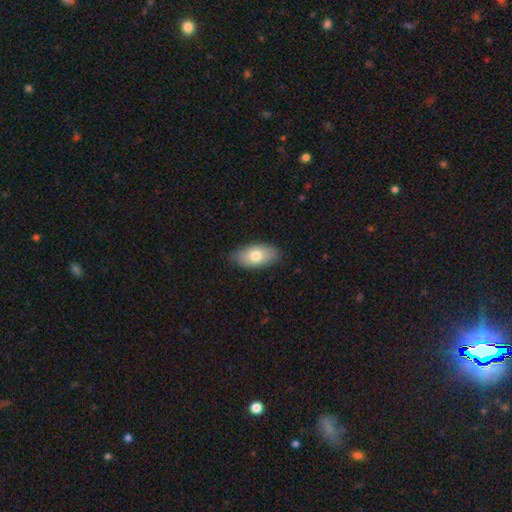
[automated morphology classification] smooth_or_featured: smooth (p=0.73) [alt: featured or disk p=0.20]
how_rounded: in between (p=0.92) [alt: round p=0.04]
merging: none (p=0.83) [alt: minor disturbance p=0.14]